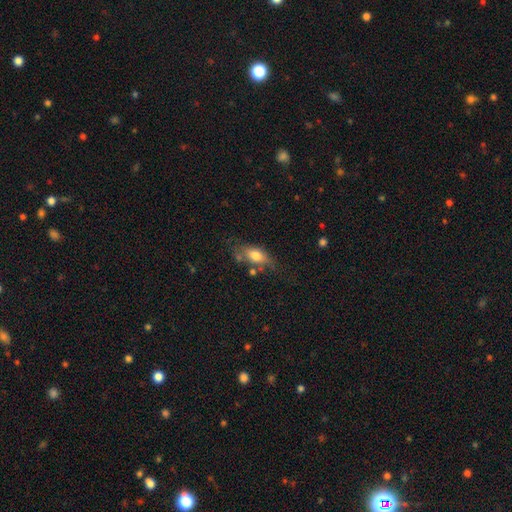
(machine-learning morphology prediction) smooth 70%, featured or disk 22%, star or artifact 8%. Down the decision tree: how rounded — in between (82%); merging — none (59%).